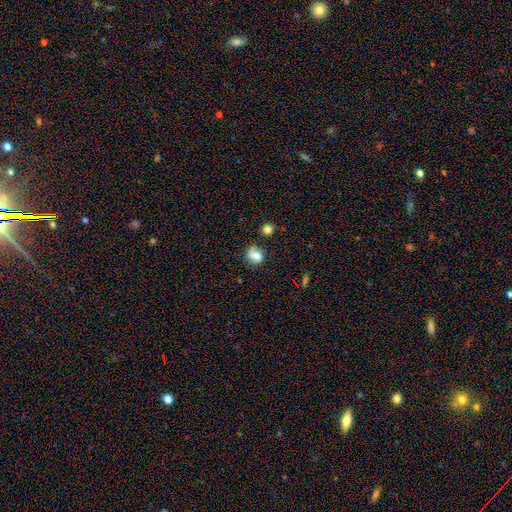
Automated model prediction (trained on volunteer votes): The model was most divided on "how rounded": round: 59%, in between: 39%, cigar-shaped: 2%. More confident: smooth or featured — smooth (73%); merging — none (64%).